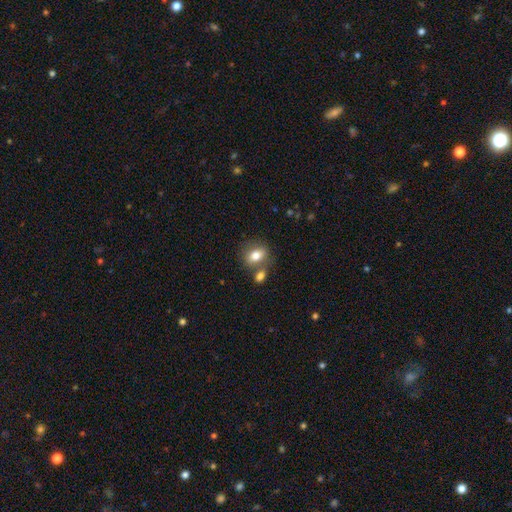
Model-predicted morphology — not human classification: smooth 76%, featured or disk 16%, star or artifact 8%. Down the decision tree: how rounded — in between (73%); merging — none (58%).